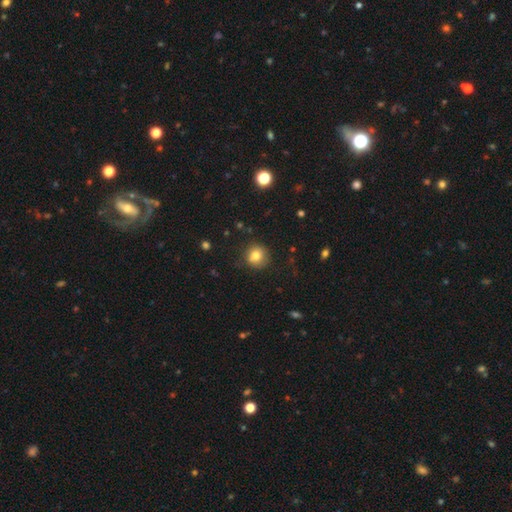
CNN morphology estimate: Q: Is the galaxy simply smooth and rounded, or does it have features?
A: smooth — 80%.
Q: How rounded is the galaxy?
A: round — 90%.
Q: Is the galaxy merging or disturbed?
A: none — 81%.